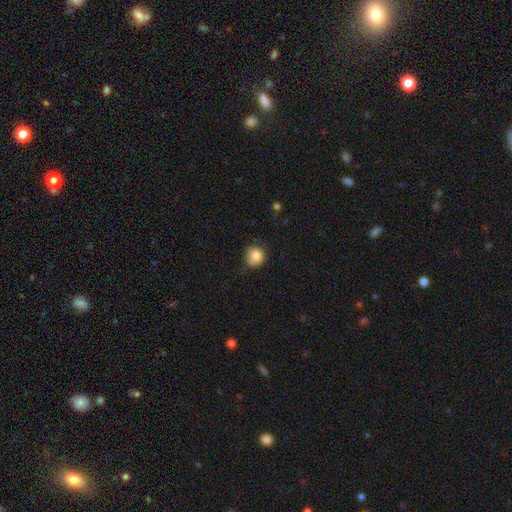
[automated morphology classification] A smooth galaxy with no disk features (83%) that is round (85%).

Vote fractions:
- Smooth or featured? smooth: 83% / star or artifact: 9% / featured or disk: 8%
- How rounded? round: 85% / in between: 14% / cigar-shaped: 1%
- Merging? none: 64% / minor disturbance: 27% / major disturbance: 7% / merger: 2%